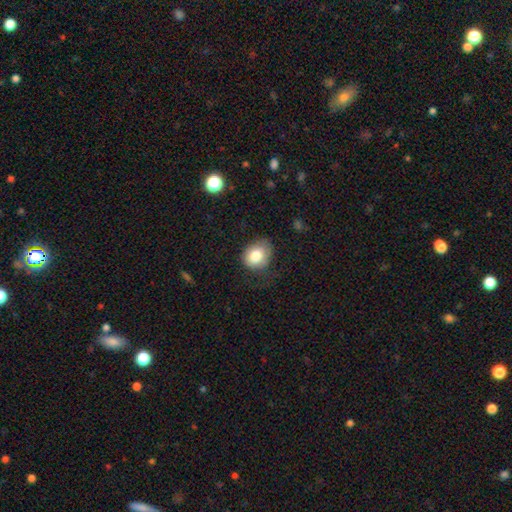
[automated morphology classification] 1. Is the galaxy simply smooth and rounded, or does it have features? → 80% smooth, 11% featured or disk, 9% star or artifact.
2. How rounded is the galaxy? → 51% round, 48% in between, 1% cigar-shaped.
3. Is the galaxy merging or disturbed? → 60% none, 27% minor disturbance, 11% major disturbance, 1% merger.